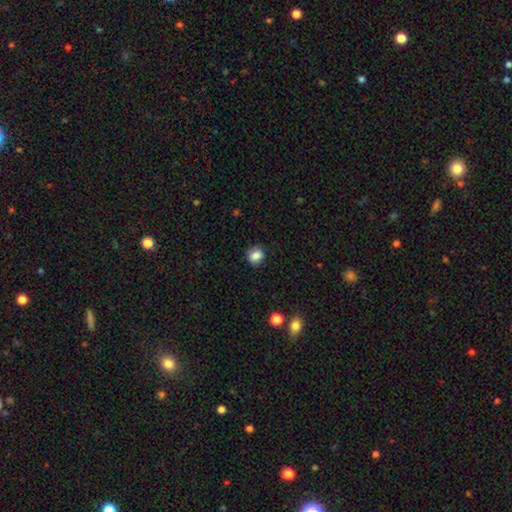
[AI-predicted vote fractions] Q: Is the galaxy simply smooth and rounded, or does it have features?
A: smooth — 86%.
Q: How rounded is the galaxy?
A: round — 61%.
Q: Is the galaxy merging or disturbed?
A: none — 81%.